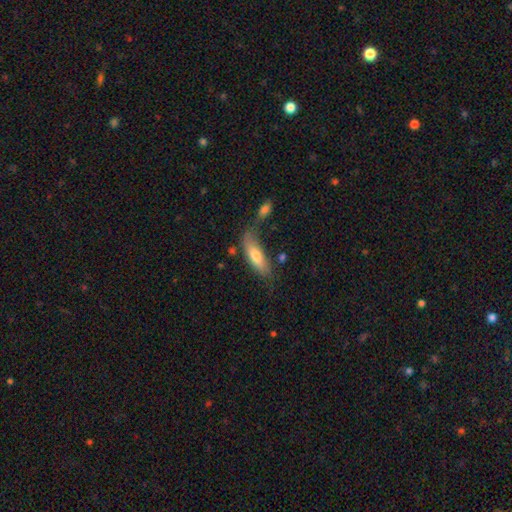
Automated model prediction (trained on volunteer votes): This is likely a smooth galaxy (69%). How rounded: possibly in between (55%). Merging: possibly none (49%).